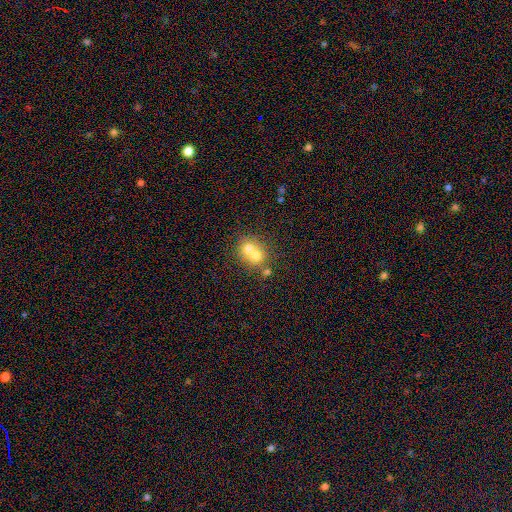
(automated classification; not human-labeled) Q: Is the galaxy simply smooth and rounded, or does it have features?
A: smooth — 65%.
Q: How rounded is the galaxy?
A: round — 76%.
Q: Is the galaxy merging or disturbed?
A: merger — 66%.